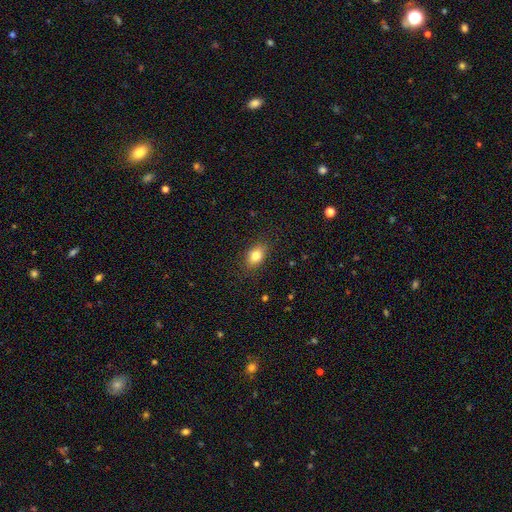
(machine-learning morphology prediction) Smooth or featured: smooth — 81% (star or artifact — 9%)
How rounded: in between — 79% (round — 19%)
Merging: none — 85% (minor disturbance — 11%)